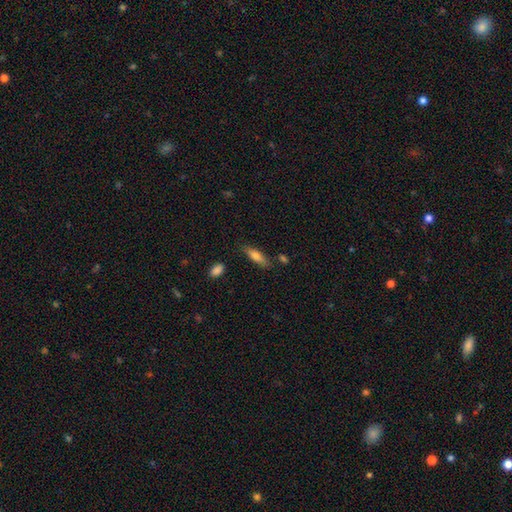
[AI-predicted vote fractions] smooth-or-featured: smooth: 70% | featured or disk: 23% | star or artifact: 7%
  how-rounded: cigar-shaped: 54% | in between: 44% | round: 2%
  merging: none: 76% | minor disturbance: 16% | merger: 5% | major disturbance: 4%